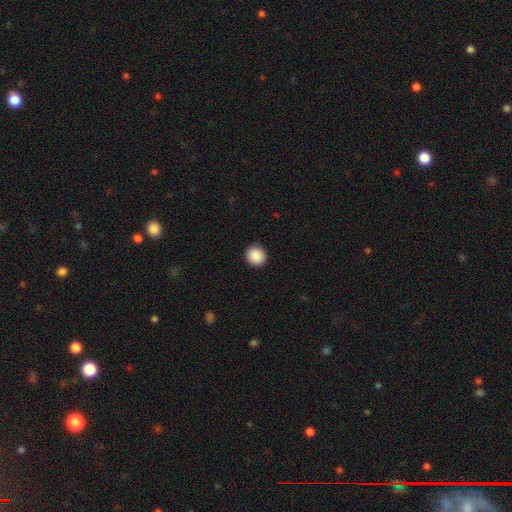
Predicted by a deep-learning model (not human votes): Morphology: type=smooth (89%); roundness=round (86%); merging=none (91%).